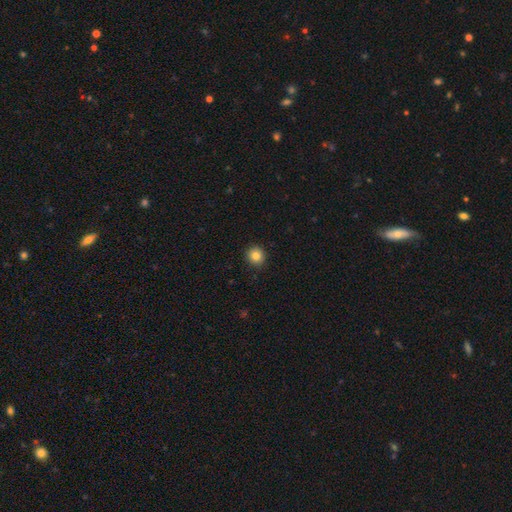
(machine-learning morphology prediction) Smooth or featured?
  - smooth: 84% *
  - star or artifact: 10%
  - featured or disk: 5%
How rounded?
  - round: 90% *
  - in between: 9%
  - cigar-shaped: 1%
Merging?
  - none: 92% *
  - minor disturbance: 5%
  - major disturbance: 2%
  - merger: 1%